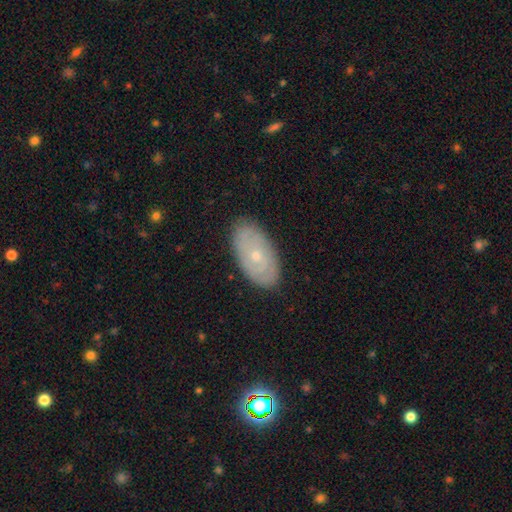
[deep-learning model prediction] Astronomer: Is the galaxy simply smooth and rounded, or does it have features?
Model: featured or disk — 50% (runner-up: smooth, 43%).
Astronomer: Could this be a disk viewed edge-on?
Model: no — 90%.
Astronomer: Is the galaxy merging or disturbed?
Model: none — 85%.